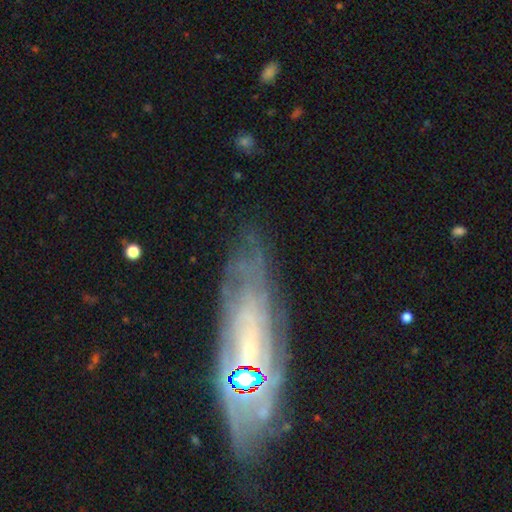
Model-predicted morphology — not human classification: featured or disk 69%, smooth 16%, star or artifact 15%. Down the decision tree: edge-on disk — no (81%); bar — no (67%); spiral arms — yes (85%); bulge size — small (75%); merging — none (74%).